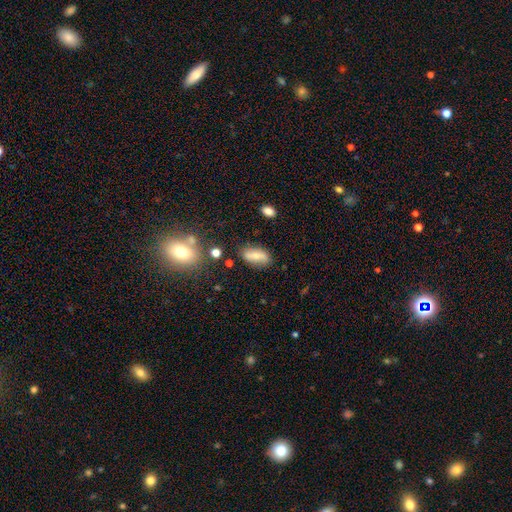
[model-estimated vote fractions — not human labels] A smooth galaxy with no disk features (62%) that is in between round and cigar-shaped (81%). Merging: none (77%).